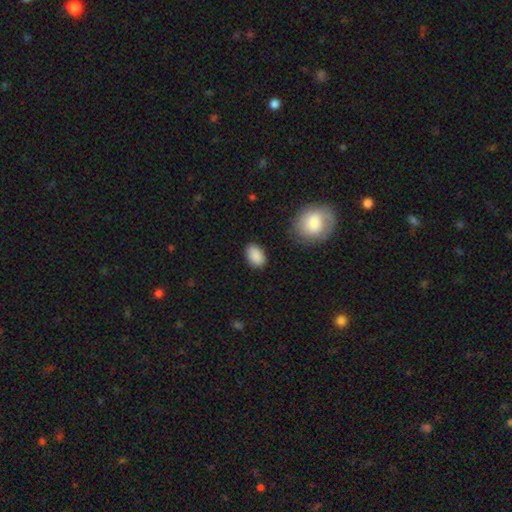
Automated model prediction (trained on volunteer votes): Smooth or featured?
  - smooth: 89% *
  - star or artifact: 7%
  - featured or disk: 4%
How rounded?
  - in between: 89% *
  - round: 10%
  - cigar-shaped: 1%
Merging?
  - none: 83% *
  - minor disturbance: 12%
  - major disturbance: 3%
  - merger: 2%